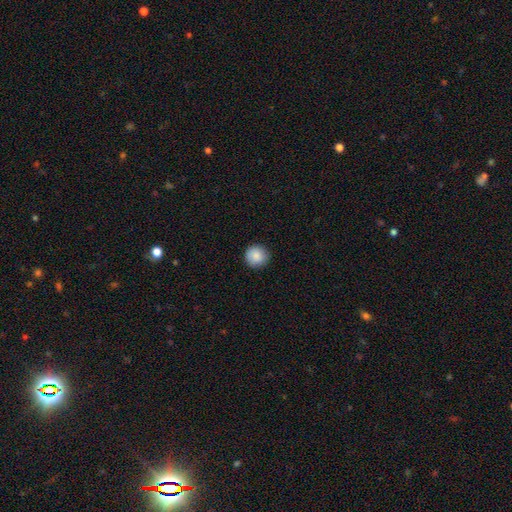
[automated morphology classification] Smooth or featured? smooth (87%)
How rounded? round (95%)
Merging? none (90%)